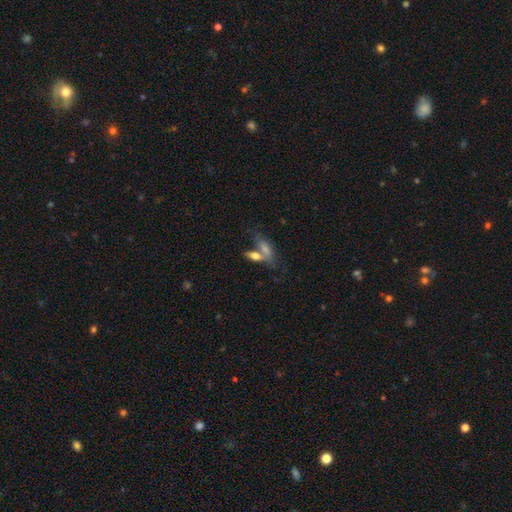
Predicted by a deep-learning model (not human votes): smooth_or_featured: smooth (p=0.67) [alt: featured or disk p=0.24]
how_rounded: in between (p=0.68) [alt: cigar-shaped p=0.27]
merging: merger (p=0.48) [alt: none p=0.36]